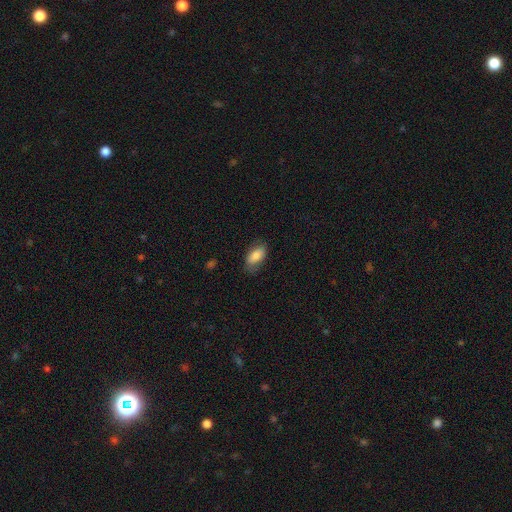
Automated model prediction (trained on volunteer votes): Overall: smooth (80%). How rounded: in between (91%). Merging: none (73%).